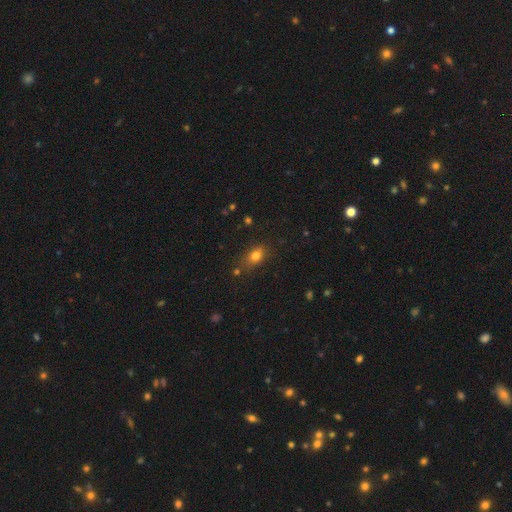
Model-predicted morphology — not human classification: Q: Smooth or featured?
A: smooth (78%); runner-up: star or artifact (13%)
Q: How rounded?
A: in between (71%); runner-up: round (26%)
Q: Merging?
A: none (72%); runner-up: minor disturbance (18%)